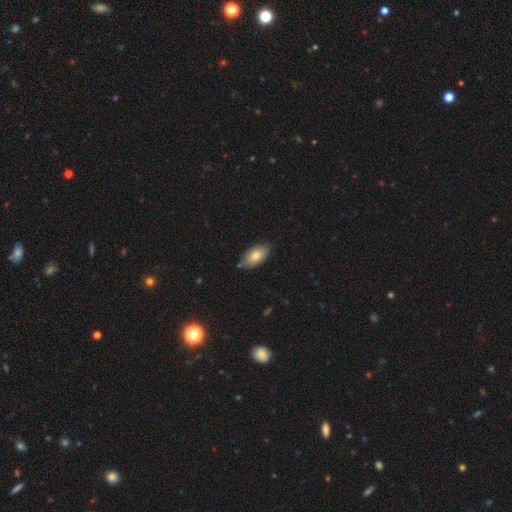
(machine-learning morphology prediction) smooth 78%, featured or disk 16%, star or artifact 7%. Down the decision tree: how rounded — in between (92%); merging — none (76%).